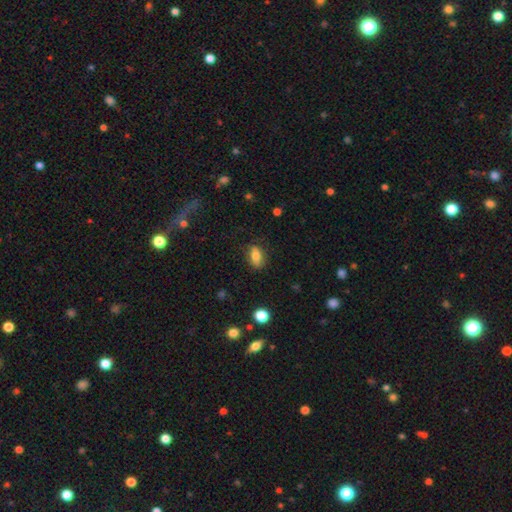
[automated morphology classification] smooth_or_featured: smooth (p=0.80) [alt: featured or disk p=0.11]
how_rounded: in between (p=0.86) [alt: round p=0.09]
merging: none (p=0.77) [alt: minor disturbance p=0.17]